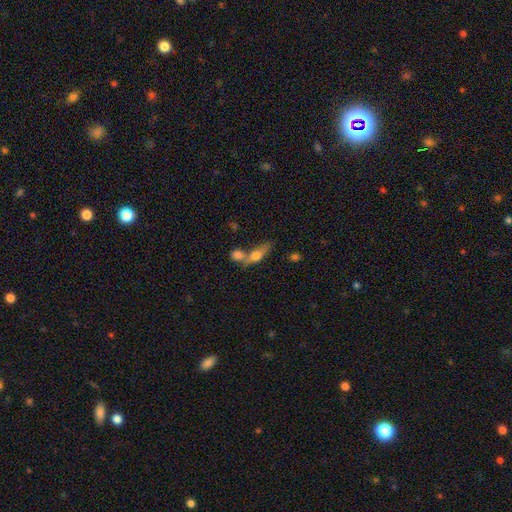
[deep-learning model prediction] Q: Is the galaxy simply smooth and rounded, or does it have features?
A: smooth — 61%.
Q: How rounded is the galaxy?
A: in between — 54%.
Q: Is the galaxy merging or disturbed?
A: merger — 53%.